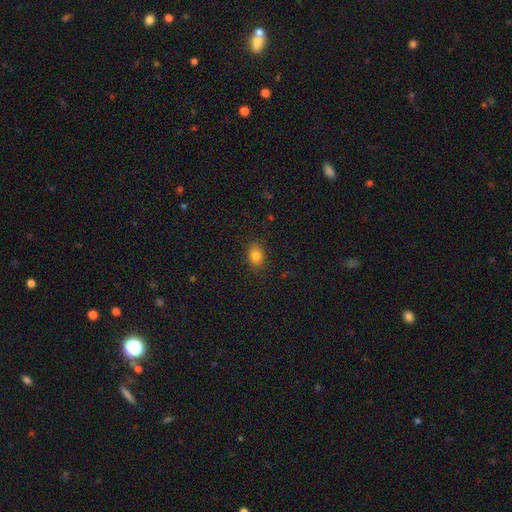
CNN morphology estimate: Q: Smooth or featured?
A: smooth (83%); runner-up: star or artifact (11%)
Q: How rounded?
A: in between (64%); runner-up: round (35%)
Q: Merging?
A: none (88%); runner-up: minor disturbance (9%)